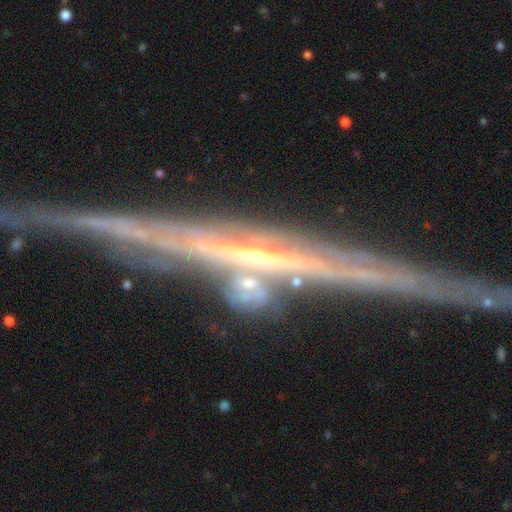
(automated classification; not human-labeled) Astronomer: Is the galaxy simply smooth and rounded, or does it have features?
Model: featured or disk — 81%.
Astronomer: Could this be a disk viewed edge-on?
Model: yes — 97%.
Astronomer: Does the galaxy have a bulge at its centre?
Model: none — 52% (runner-up: rounded, 33%).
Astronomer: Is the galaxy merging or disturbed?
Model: none — 83%.